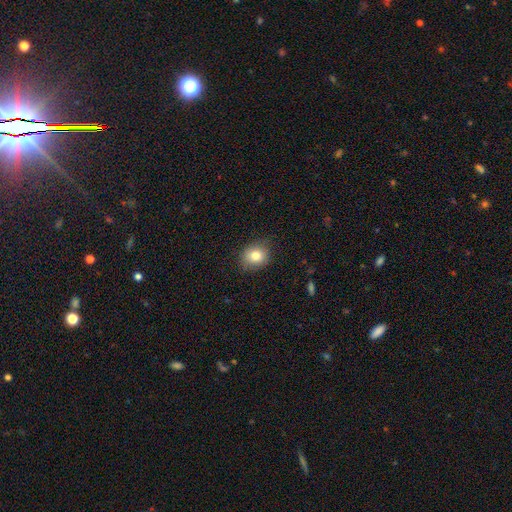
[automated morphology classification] A smooth galaxy with no disk features (81%) that is round (66%). Merging: none (82%).